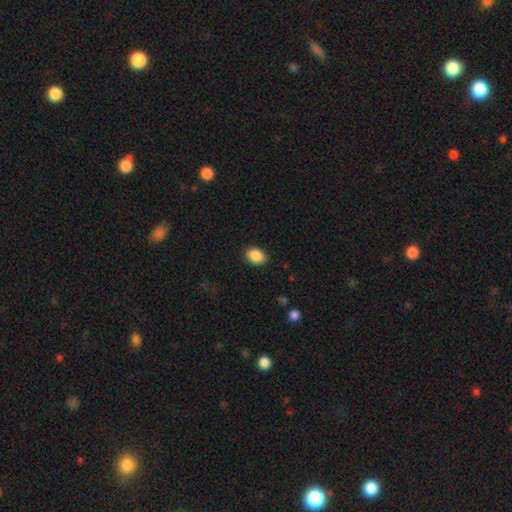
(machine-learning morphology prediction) smooth 89%, star or artifact 8%, featured or disk 3%. Down the decision tree: how rounded — in between (79%); merging — none (88%).